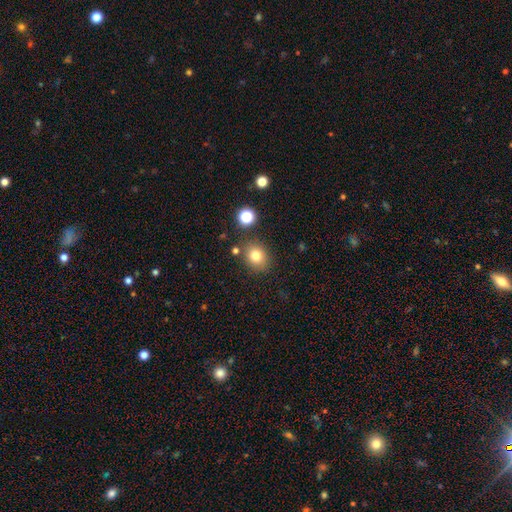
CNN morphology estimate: The model was most divided on "how rounded": round: 67%, in between: 32%, cigar-shaped: 1%. More confident: merging — none (81%); smooth or featured — smooth (78%).